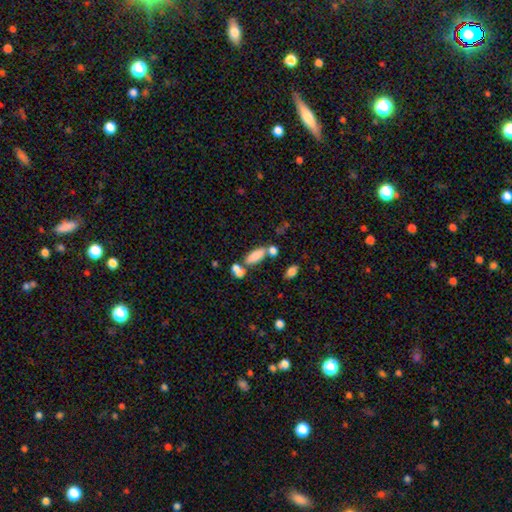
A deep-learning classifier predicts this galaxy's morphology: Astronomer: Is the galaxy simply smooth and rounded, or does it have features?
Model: smooth — 79%.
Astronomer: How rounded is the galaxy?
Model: in between — 73%.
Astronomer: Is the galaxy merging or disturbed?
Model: none — 46% (runner-up: merger, 35%).